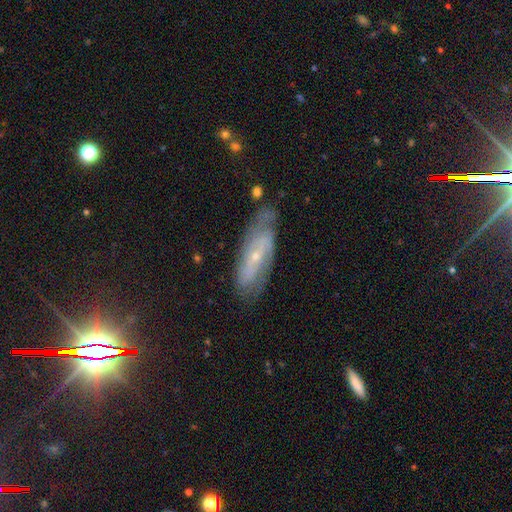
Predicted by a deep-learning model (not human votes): A featured or disk galaxy (74%) with no bar (44%), 2 (53%) tight (43%) spiral arms (85%) and a small central bulge (78%). Merging: none (67%).